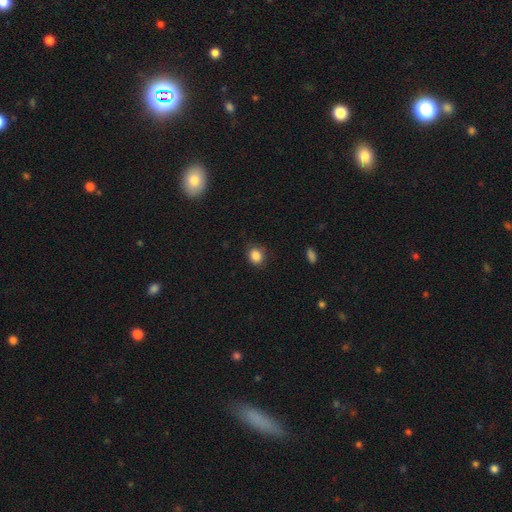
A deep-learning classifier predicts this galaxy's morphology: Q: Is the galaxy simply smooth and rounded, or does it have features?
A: smooth — 86%.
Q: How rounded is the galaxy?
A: round — 63%.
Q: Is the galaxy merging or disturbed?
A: none — 79%.